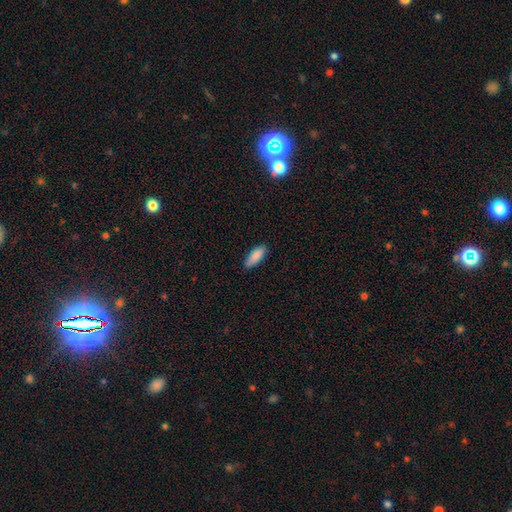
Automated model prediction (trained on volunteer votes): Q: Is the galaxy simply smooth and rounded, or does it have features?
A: smooth — 89%.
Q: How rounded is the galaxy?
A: in between — 72%.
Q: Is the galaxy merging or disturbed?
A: none — 84%.